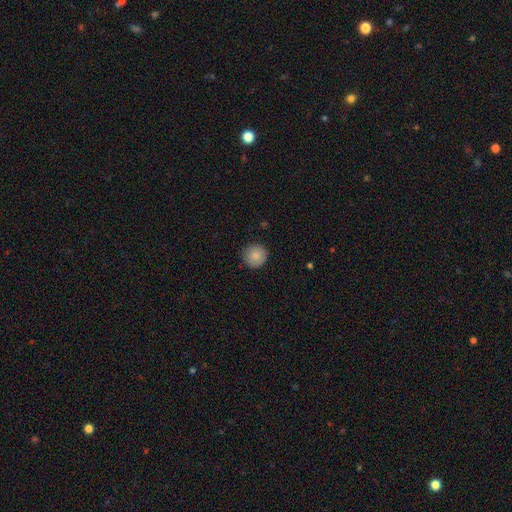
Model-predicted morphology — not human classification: Smooth or featured: smooth — 86% (star or artifact — 8%)
How rounded: round — 95% (in between — 4%)
Merging: none — 90% (minor disturbance — 7%)